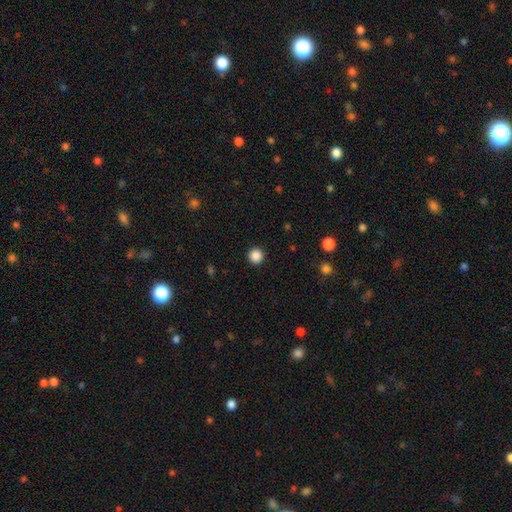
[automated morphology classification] Smooth or featured? Predicted: smooth (p=0.87). How rounded? Predicted: round (p=0.95). Merging? Predicted: none (p=0.93).